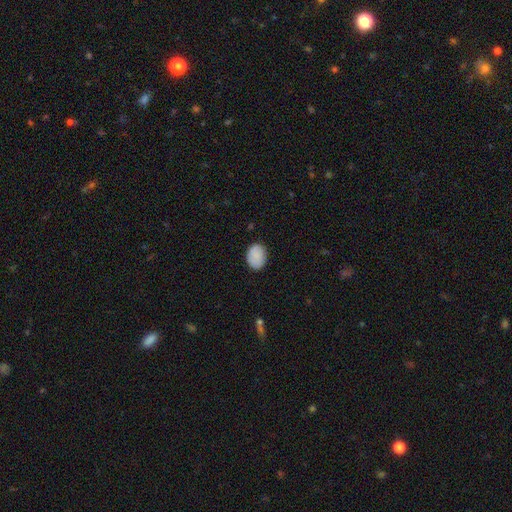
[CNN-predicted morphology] type=smooth (87%); roundness=in between (68%); merging=none (83%).